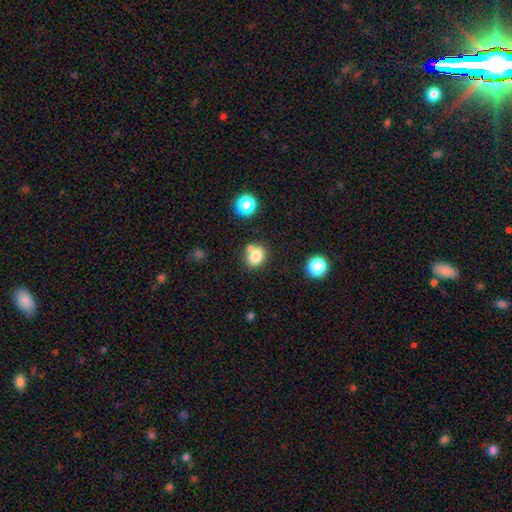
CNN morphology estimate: Overall: smooth (79%). How rounded: round (51%; in between 48%). Merging: none (59%; merger 24%).